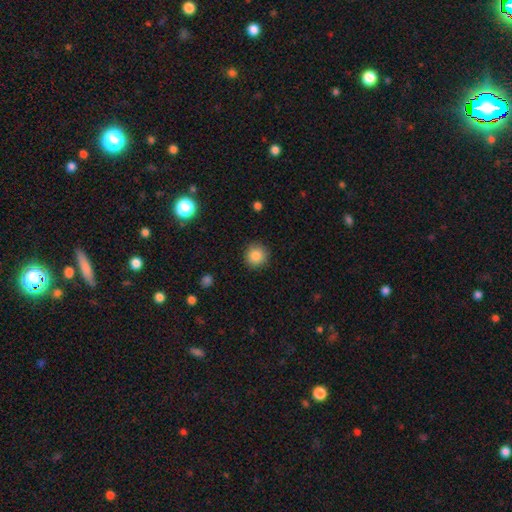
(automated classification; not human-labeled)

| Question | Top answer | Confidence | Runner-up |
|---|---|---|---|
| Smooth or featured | smooth | 85% | star or artifact (10%) |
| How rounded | round | 94% | in between (5%) |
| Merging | none | 90% | minor disturbance (6%) |